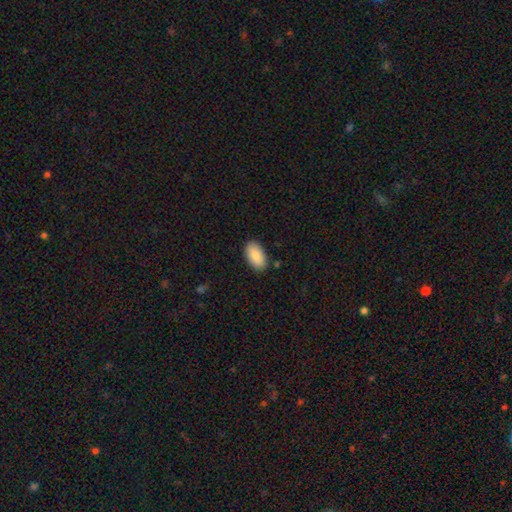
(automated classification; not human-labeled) smooth 89%, star or artifact 6%, featured or disk 5%. Down the decision tree: how rounded — in between (96%); merging — none (87%).